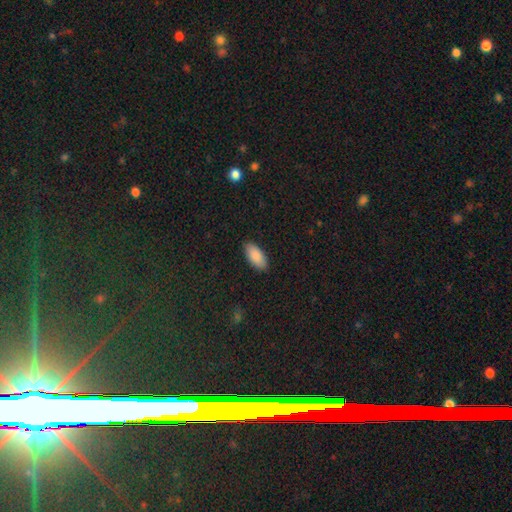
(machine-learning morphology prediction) This appears to be a smooth galaxy with no disk features (89%) that is in between round and cigar-shaped (91%). Merging: none (88%).